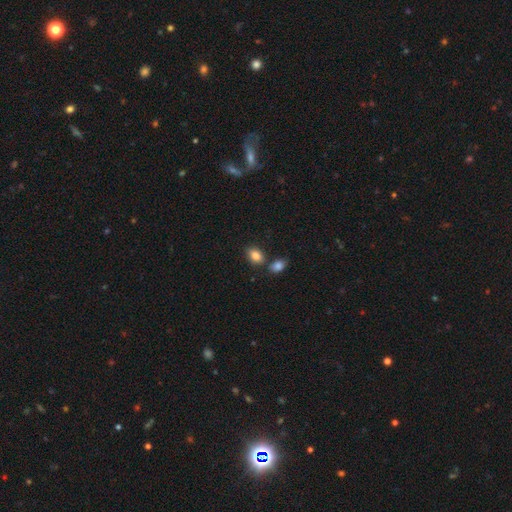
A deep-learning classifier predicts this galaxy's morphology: Overall: smooth (85%). How rounded: in between (80%). Merging: none (64%).